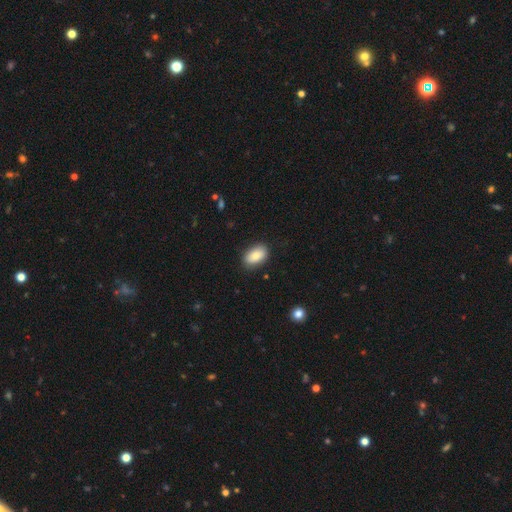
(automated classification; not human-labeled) smooth 80%, featured or disk 13%, star or artifact 7%. Down the decision tree: how rounded — in between (92%); merging — none (84%).